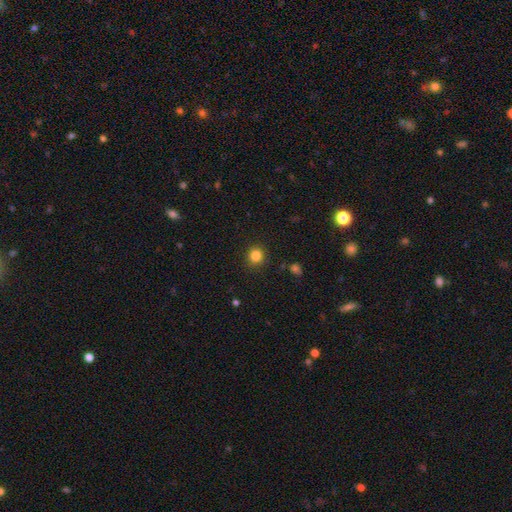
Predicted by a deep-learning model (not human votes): Smooth or featured? smooth (83%)
How rounded? round (91%)
Merging? none (90%)